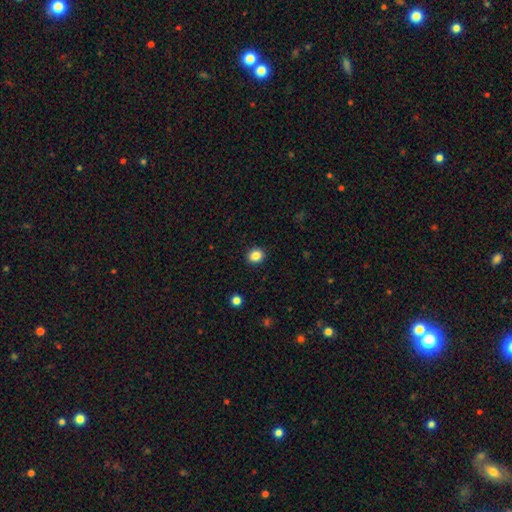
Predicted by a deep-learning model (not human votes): Q: Smooth or featured?
A: smooth (85%); runner-up: star or artifact (10%)
Q: How rounded?
A: round (71%); runner-up: in between (28%)
Q: Merging?
A: none (91%); runner-up: minor disturbance (6%)